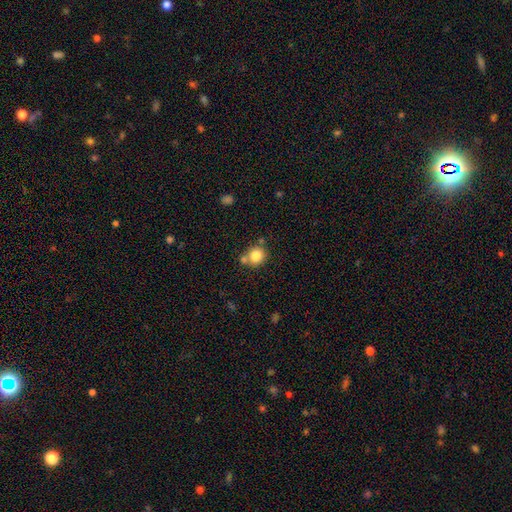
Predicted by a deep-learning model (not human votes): This appears to be a smooth galaxy with no disk features (81%) that is round (84%). Merging: none (65%).